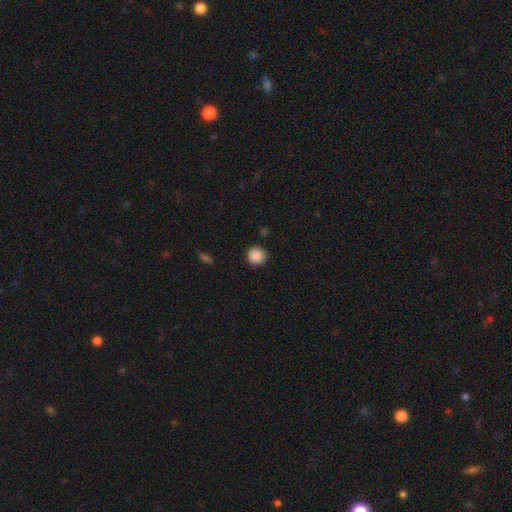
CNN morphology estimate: smooth 89%, star or artifact 9%, featured or disk 3%. Down the decision tree: how rounded — round (94%); merging — none (89%).